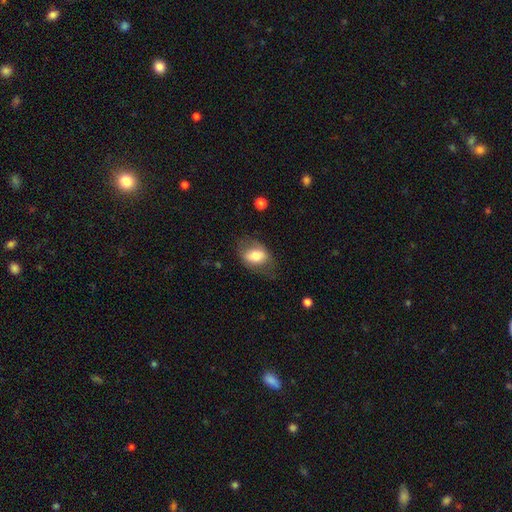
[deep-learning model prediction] Smooth or featured?
  - smooth: 69% *
  - featured or disk: 23%
  - star or artifact: 7%
How rounded?
  - in between: 78% *
  - round: 20%
  - cigar-shaped: 2%
Merging?
  - none: 65% *
  - minor disturbance: 22%
  - major disturbance: 11%
  - merger: 1%